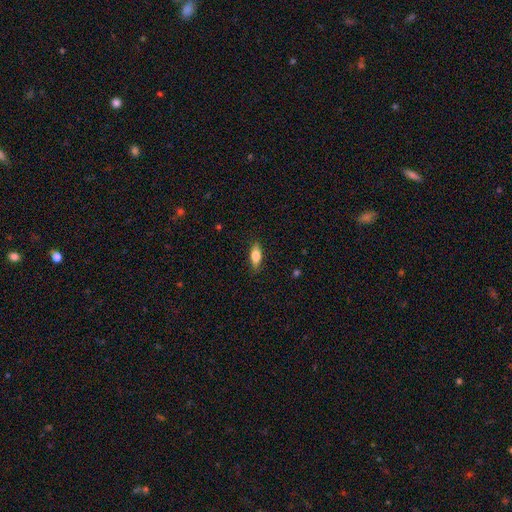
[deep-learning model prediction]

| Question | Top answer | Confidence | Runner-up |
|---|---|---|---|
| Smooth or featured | smooth | 75% | featured or disk (19%) |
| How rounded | in between | 74% | cigar-shaped (23%) |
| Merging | none | 86% | minor disturbance (11%) |